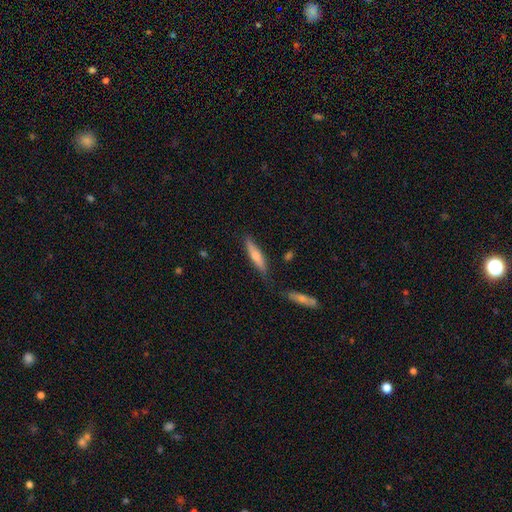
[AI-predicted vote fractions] Smooth or featured?
  - smooth: 56% *
  - featured or disk: 38%
  - star or artifact: 7%
How rounded?
  - cigar-shaped: 85% *
  - in between: 14%
  - round: 2%
Merging?
  - none: 77% *
  - minor disturbance: 15%
  - merger: 5%
  - major disturbance: 3%